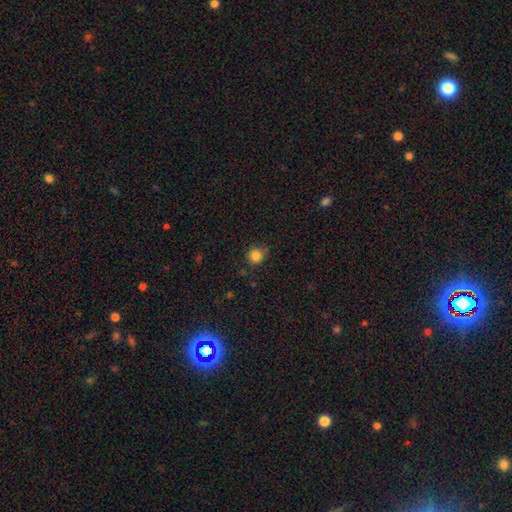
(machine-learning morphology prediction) Smooth or featured? smooth (84%)
How rounded? round (91%)
Merging? none (79%)